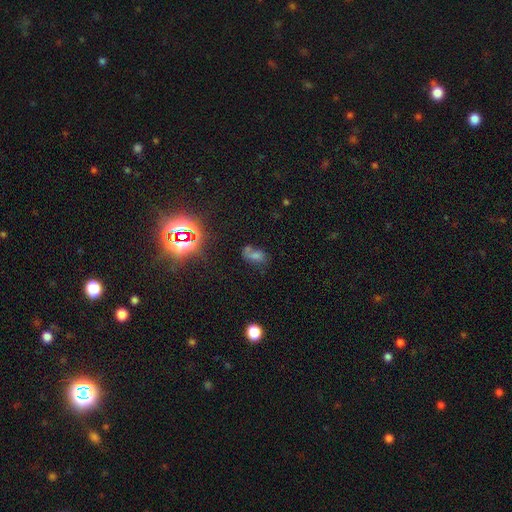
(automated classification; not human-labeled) Overall: smooth (58%; star or artifact 26%). How rounded: in between (80%). Merging: merger (36%; none 35%).